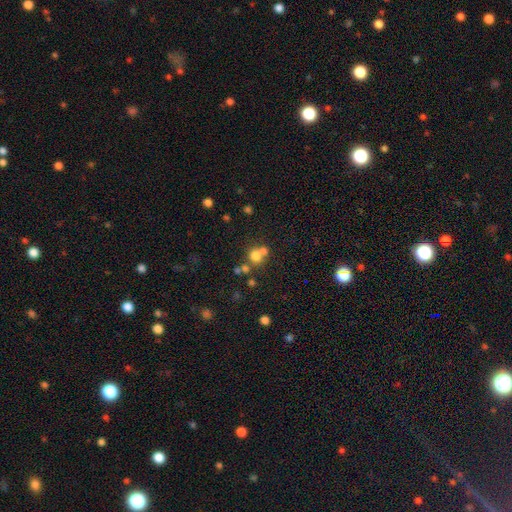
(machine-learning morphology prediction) Smooth or featured? Predicted: smooth (p=0.71). How rounded? Predicted: round (p=0.84). Merging? Predicted: none (p=0.47).